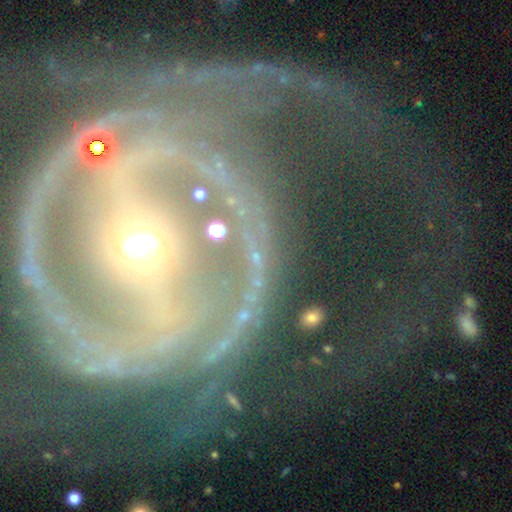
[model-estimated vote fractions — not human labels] Morphology: type=featured or disk (62%); edge-on=no (93%); bar=no (39%); spiral arms=yes (77%); bulge=moderate (50%); merging=none (64%).